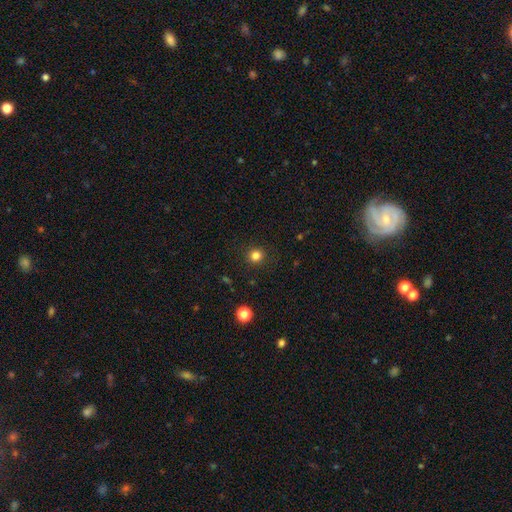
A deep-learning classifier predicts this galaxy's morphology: This appears to be a smooth galaxy with no disk features (82%) that is round (92%). Merging: none (91%).